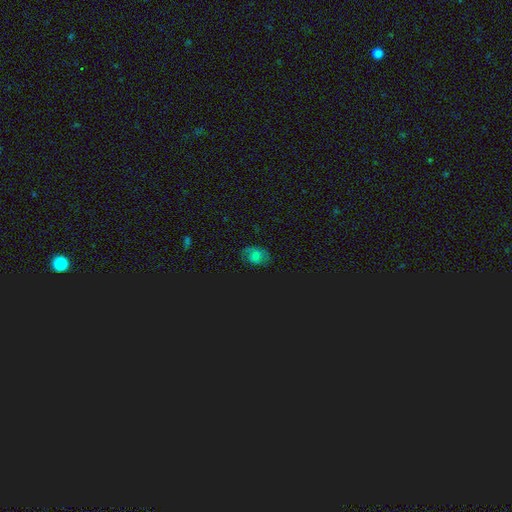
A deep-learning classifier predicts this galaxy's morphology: Smooth or featured?
  - smooth: 39% *
  - star or artifact: 31%
  - featured or disk: 30%
Merging?
  - none: 69% *
  - minor disturbance: 22%
  - major disturbance: 8%
  - merger: 2%